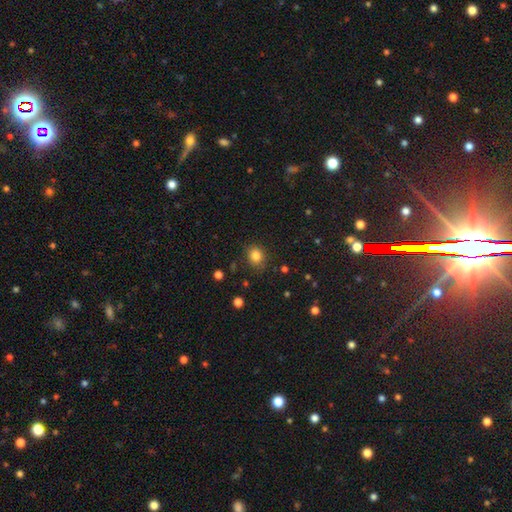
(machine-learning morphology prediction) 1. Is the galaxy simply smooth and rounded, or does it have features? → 82% smooth, 12% star or artifact, 6% featured or disk.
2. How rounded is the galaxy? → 65% round, 35% in between, 1% cigar-shaped.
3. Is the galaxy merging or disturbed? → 85% none, 10% minor disturbance, 3% major disturbance, 2% merger.